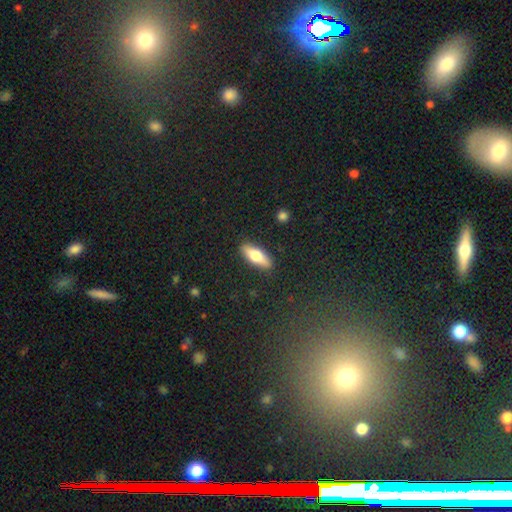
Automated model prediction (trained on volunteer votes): Q: Smooth or featured?
A: smooth (67%); runner-up: featured or disk (27%)
Q: How rounded?
A: in between (57%); runner-up: cigar-shaped (40%)
Q: Merging?
A: none (89%); runner-up: minor disturbance (8%)